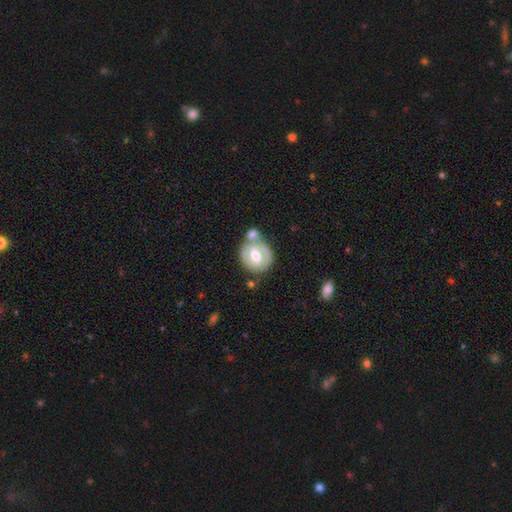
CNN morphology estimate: Smooth or featured?
  - featured or disk: 65% *
  - smooth: 29%
  - star or artifact: 5%
Edge-on disk?
  - no: 96% *
  - yes: 4%
Bar?
  - weak: 45% *
  - no: 29%
  - strong: 25%
Spiral arms?
  - yes: 61% *
  - no: 39%
Bulge size?
  - moderate: 74% *
  - large: 14%
  - small: 10%
  - none: 1%
  - dominant: 1%
Merging?
  - none: 54% *
  - merger: 24%
  - minor disturbance: 16%
  - major disturbance: 6%